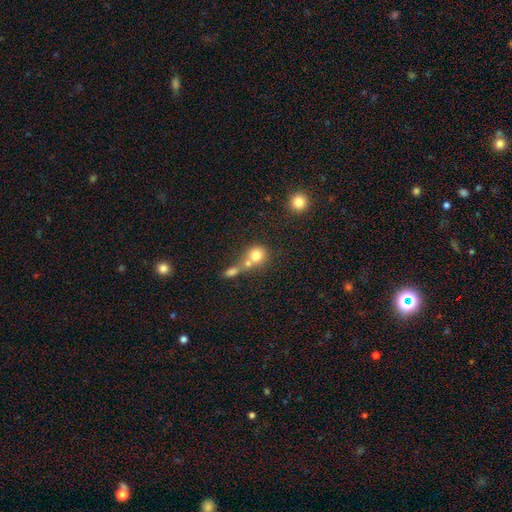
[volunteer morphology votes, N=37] Volunteers were most divided on "merging": merger: 54%, none: 32%, minor disturbance: 11%, major disturbance: 3%. More confident: how rounded — round (83%); smooth or featured — smooth (78%).